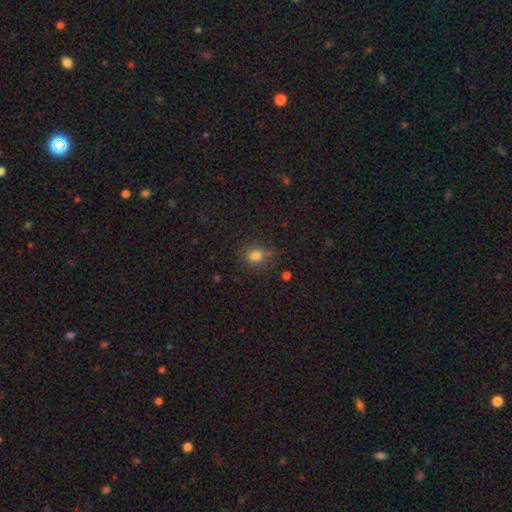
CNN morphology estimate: This appears to be a smooth galaxy with no disk features (78%) that is round (55%). Merging: none (75%).